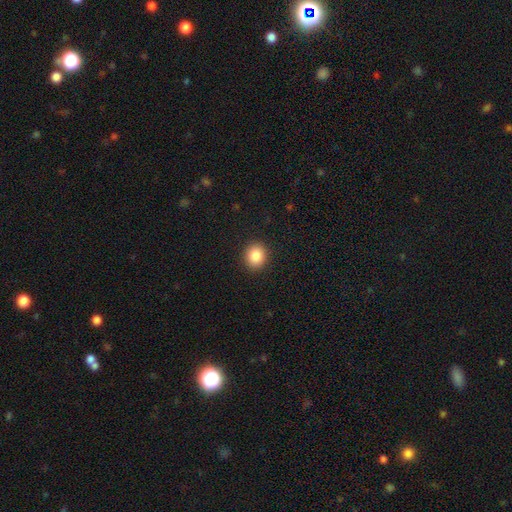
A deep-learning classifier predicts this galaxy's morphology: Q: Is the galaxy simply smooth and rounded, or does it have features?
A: smooth — 86%.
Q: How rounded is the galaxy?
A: round — 76%.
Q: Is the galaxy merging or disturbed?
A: none — 91%.